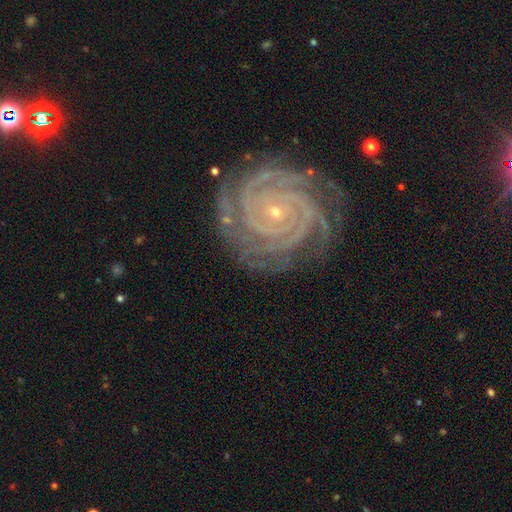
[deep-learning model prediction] Overall: featured or disk (90%). Edge-on disk: no (98%). Bar: no (71%). Spiral arms: yes (99%). Spiral arm count: 2 (24%; 3 23%). Spiral winding: tight (89%). Bulge size: small (86%). Merging: none (81%).